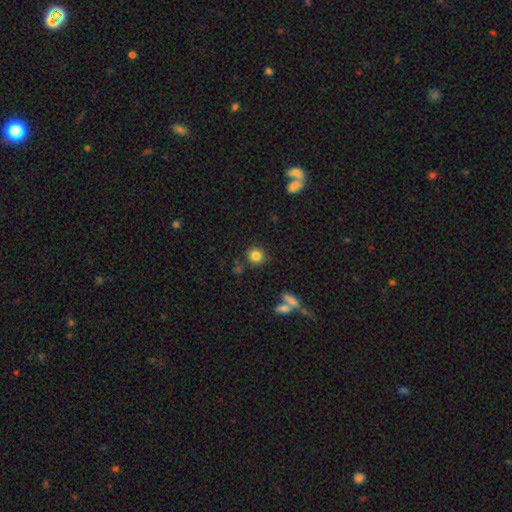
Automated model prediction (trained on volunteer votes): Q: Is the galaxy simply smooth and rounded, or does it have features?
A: smooth — 82%.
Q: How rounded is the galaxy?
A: round — 91%.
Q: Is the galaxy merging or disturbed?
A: none — 83%.